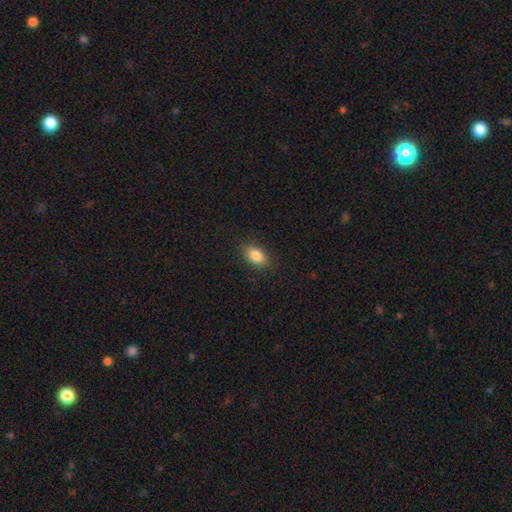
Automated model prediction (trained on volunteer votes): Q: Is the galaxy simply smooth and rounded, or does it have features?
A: smooth — 85%.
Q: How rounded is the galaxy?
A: in between — 84%.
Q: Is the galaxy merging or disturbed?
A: none — 87%.